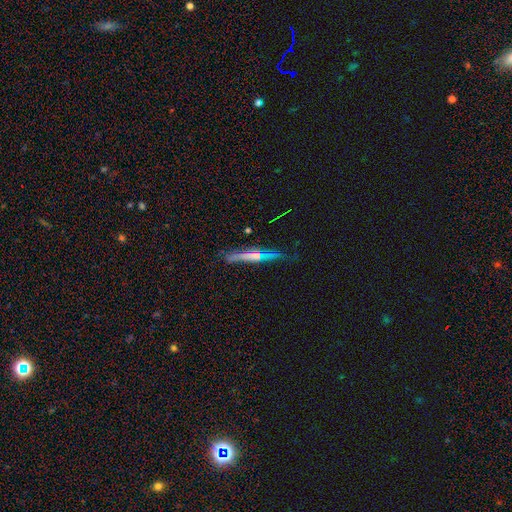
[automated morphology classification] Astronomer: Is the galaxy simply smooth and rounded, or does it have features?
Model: featured or disk — 66%.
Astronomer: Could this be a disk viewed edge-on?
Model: yes — 95%.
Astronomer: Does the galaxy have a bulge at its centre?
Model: rounded — 57% (runner-up: none, 32%).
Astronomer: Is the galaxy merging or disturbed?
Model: none — 74%.